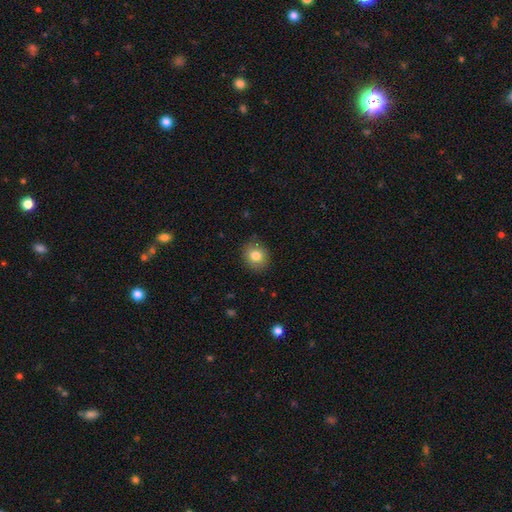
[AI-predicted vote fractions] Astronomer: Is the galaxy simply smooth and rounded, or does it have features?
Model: smooth — 81%.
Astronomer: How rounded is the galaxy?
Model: round — 68%.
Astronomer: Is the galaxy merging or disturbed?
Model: none — 87%.